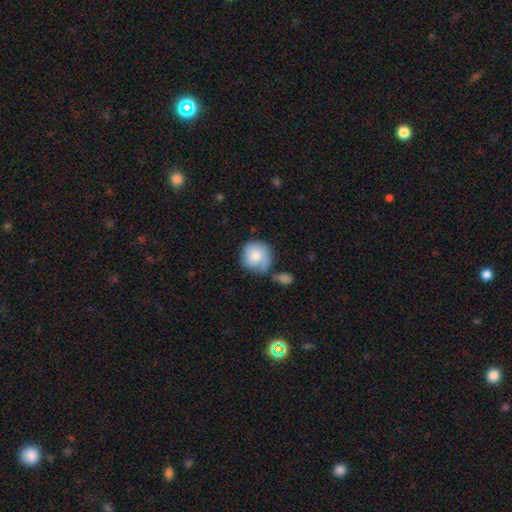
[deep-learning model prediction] smooth_or_featured: smooth (p=0.74) [alt: featured or disk p=0.19]
how_rounded: round (p=0.89) [alt: in between p=0.10]
merging: none (p=0.52) [alt: minor disturbance p=0.26]